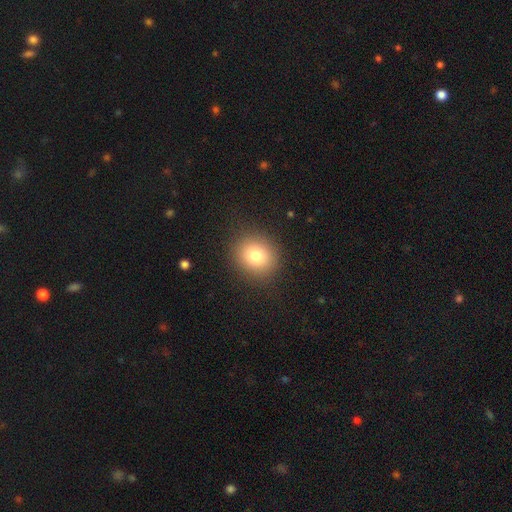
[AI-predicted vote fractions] Smooth or featured? Predicted: smooth (p=0.79). How rounded? Predicted: round (p=0.79). Merging? Predicted: none (p=0.89).